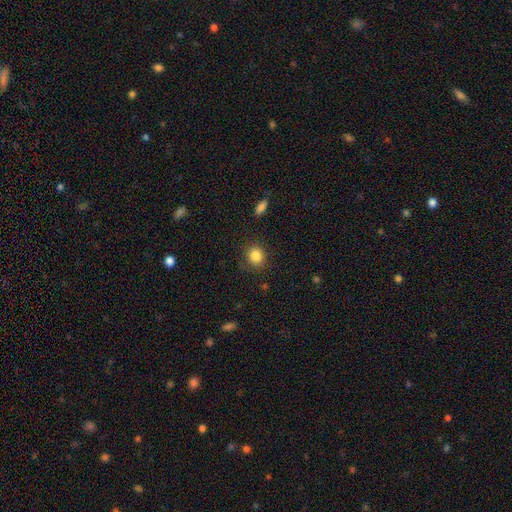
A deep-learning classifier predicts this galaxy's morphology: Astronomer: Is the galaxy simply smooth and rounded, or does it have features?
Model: smooth — 85%.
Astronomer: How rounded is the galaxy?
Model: round — 78%.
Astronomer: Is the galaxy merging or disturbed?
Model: none — 87%.